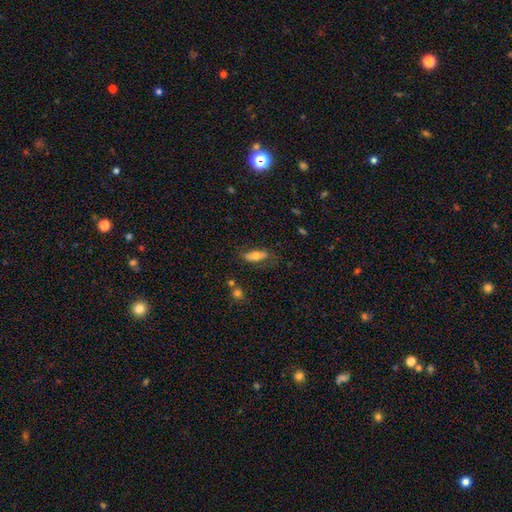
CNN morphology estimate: type=smooth (64%); roundness=in between (71%); merging=none (65%).